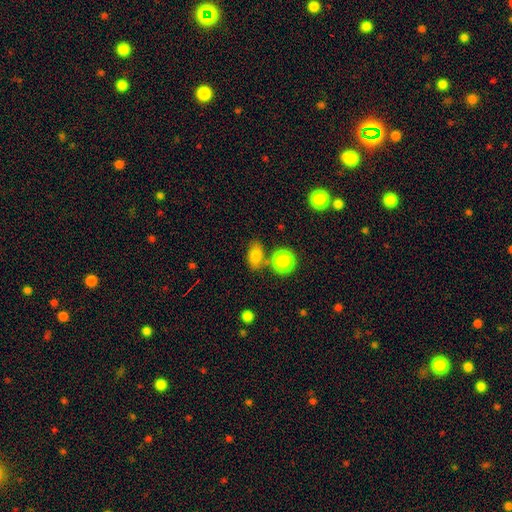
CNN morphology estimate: Smooth or featured: smooth — 79% (star or artifact — 13%)
How rounded: in between — 78% (round — 20%)
Merging: none — 66% (minor disturbance — 15%)